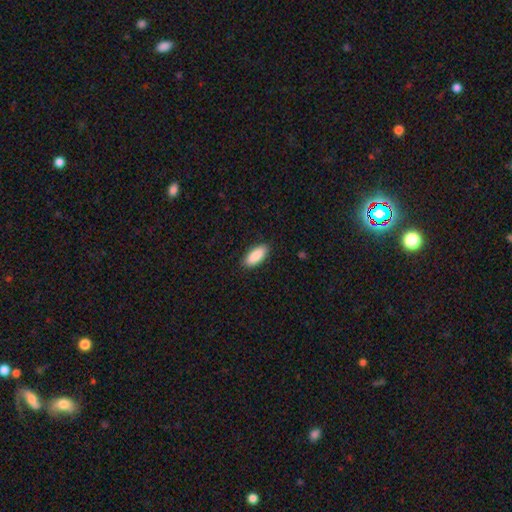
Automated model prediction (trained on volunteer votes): Morphology: type=smooth (90%); roundness=in between (84%); merging=none (88%).